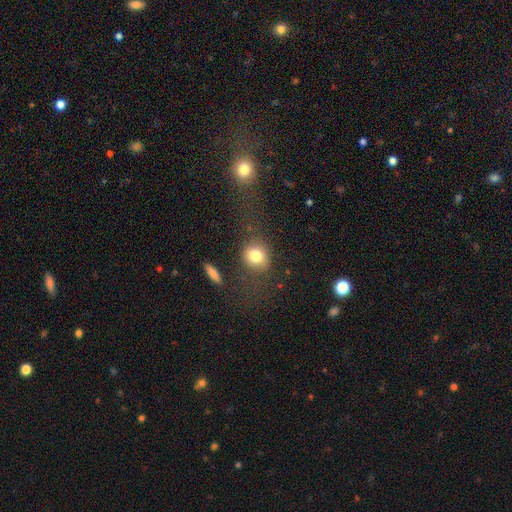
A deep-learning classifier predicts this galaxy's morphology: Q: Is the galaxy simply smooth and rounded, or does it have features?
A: smooth — 79%.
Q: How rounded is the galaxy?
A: round — 71%.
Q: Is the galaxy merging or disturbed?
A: none — 68%.